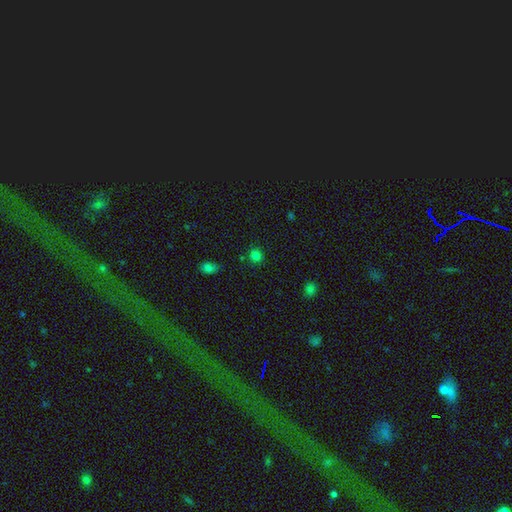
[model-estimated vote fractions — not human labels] smooth 79%, star or artifact 16%, featured or disk 5%. Down the decision tree: how rounded — round (89%); merging — none (85%).